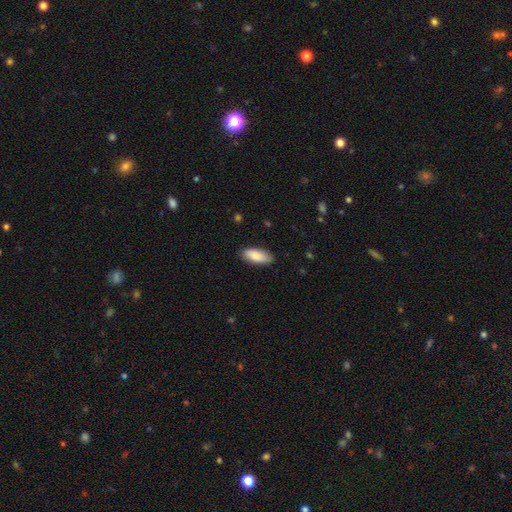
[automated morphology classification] smooth-or-featured: smooth: 88% | featured or disk: 7% | star or artifact: 6%
  how-rounded: in between: 84% | cigar-shaped: 14% | round: 2%
  merging: none: 84% | minor disturbance: 13% | major disturbance: 2% | merger: 1%